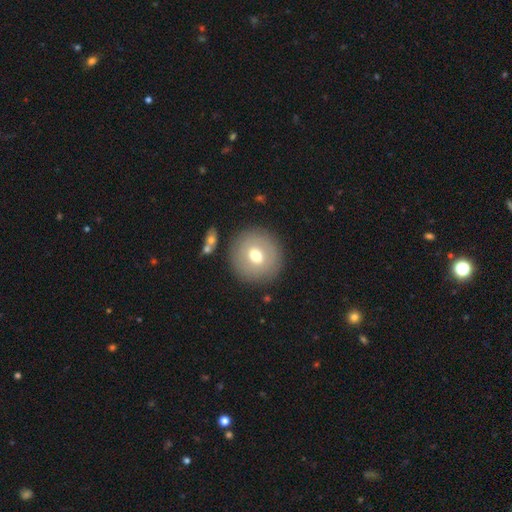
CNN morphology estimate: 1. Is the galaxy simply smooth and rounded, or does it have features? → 65% smooth, 26% featured or disk, 9% star or artifact.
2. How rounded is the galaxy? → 91% round, 8% in between, 1% cigar-shaped.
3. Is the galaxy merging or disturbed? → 87% none, 8% minor disturbance, 3% major disturbance, 2% merger.